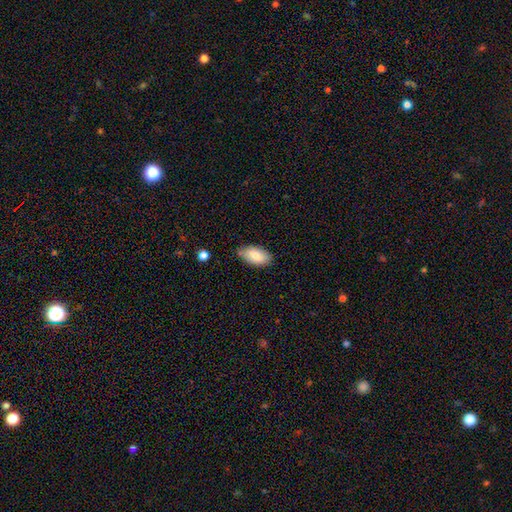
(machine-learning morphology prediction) Smooth or featured: smooth — 78% (featured or disk — 15%)
How rounded: in between — 94% (cigar-shaped — 3%)
Merging: none — 75% (minor disturbance — 20%)